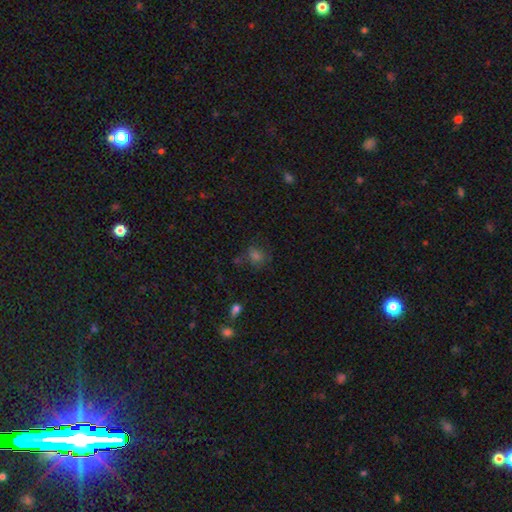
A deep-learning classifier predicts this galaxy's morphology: Q: Smooth or featured?
A: smooth (58%); runner-up: star or artifact (32%)
Q: How rounded?
A: round (69%); runner-up: in between (30%)
Q: Merging?
A: none (71%); runner-up: minor disturbance (16%)